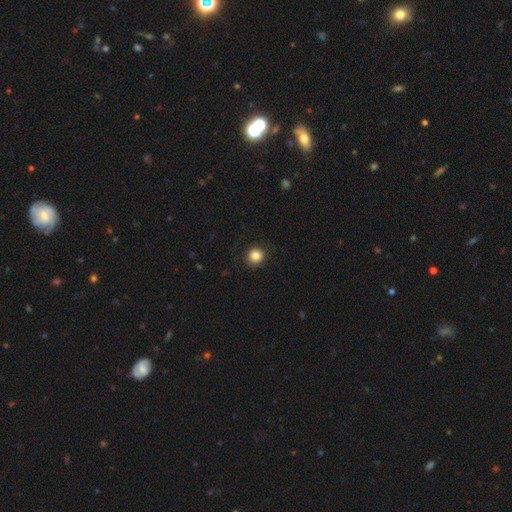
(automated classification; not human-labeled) This appears to be a smooth galaxy with no disk features (85%) that is round (92%). Merging: none (90%).